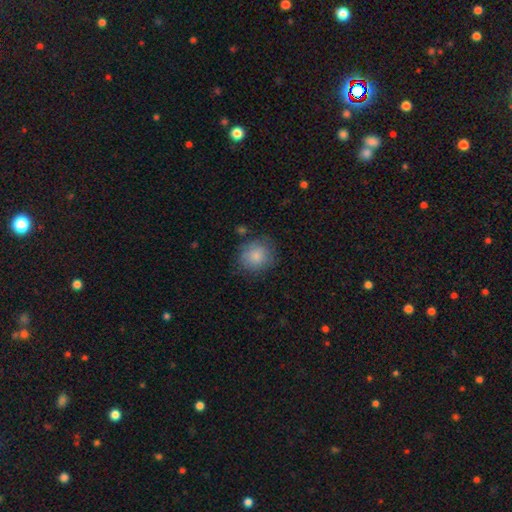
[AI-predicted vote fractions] This appears to be a smooth galaxy with no disk features (83%) that is round (83%). Merging: none (74%).